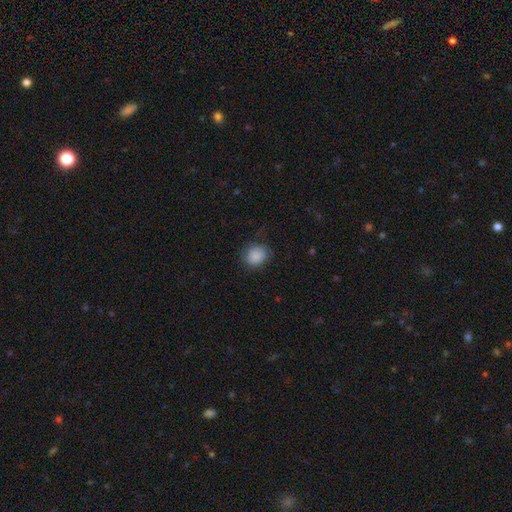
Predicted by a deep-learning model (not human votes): Morphology: type=smooth (87%); roundness=round (71%); merging=none (72%).